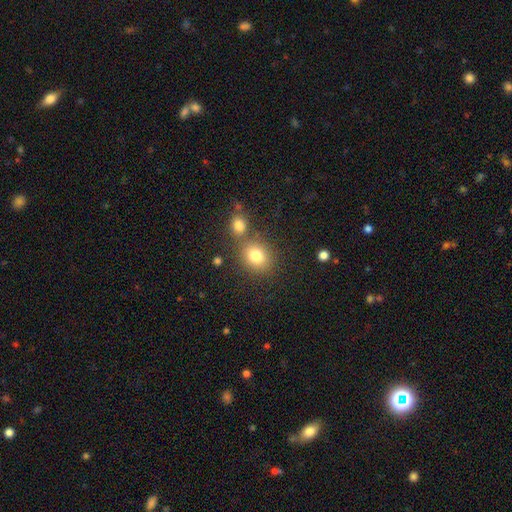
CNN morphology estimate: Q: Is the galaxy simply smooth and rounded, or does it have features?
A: smooth — 81%.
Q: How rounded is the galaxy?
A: round — 66%.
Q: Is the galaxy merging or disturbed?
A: none — 64%.